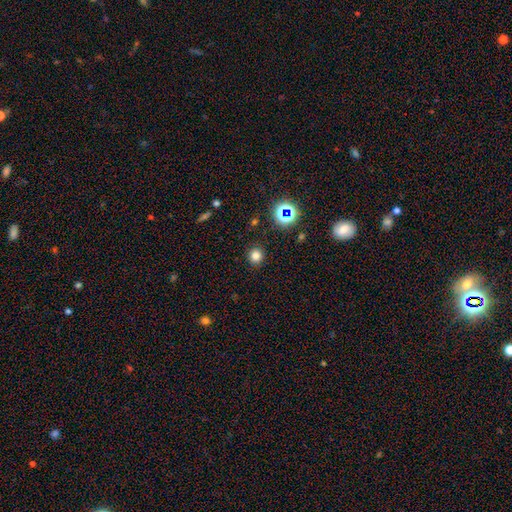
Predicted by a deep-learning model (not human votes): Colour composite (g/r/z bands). It shows a smooth galaxy with no disk features (76%) that is round (90%). Merging: none (90%).